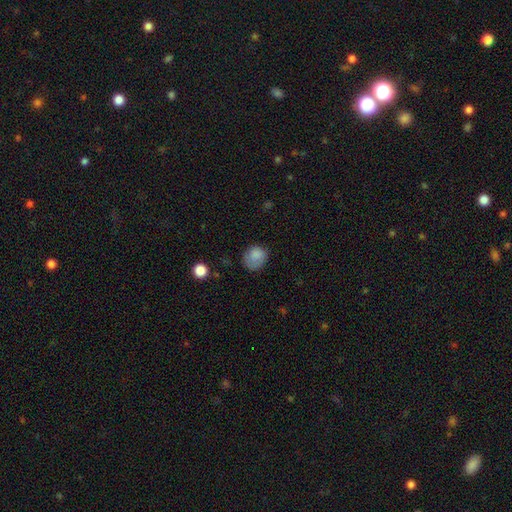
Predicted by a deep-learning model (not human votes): smooth 84%, star or artifact 9%, featured or disk 7%. Down the decision tree: how rounded — round (76%); merging — none (64%).